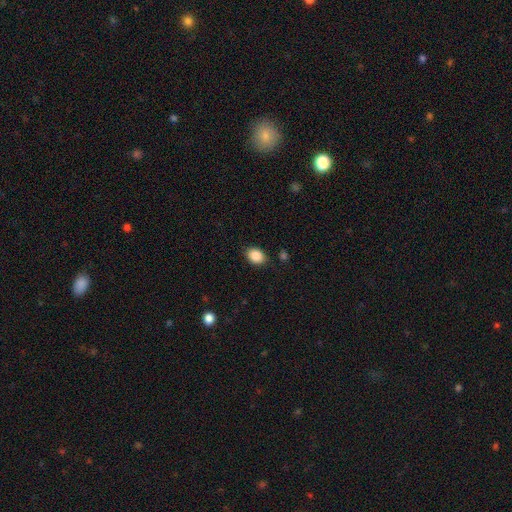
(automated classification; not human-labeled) Smooth or featured? Predicted: smooth (p=0.87). How rounded? Predicted: in between (p=0.74). Merging? Predicted: none (p=0.86).